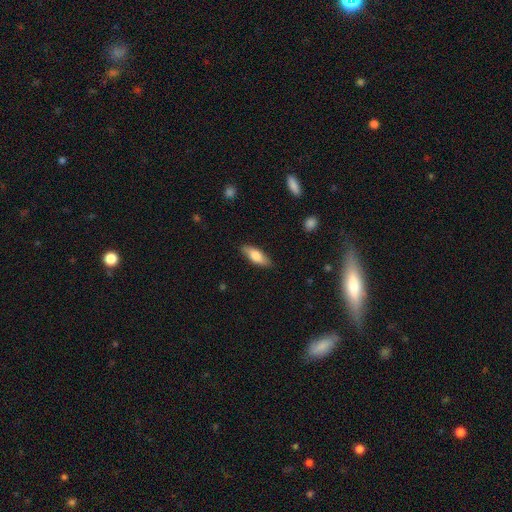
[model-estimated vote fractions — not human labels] smooth-or-featured: smooth: 73% | featured or disk: 22% | star or artifact: 6%
  how-rounded: in between: 67% | cigar-shaped: 31% | round: 2%
  merging: none: 84% | minor disturbance: 13% | major disturbance: 2% | merger: 1%